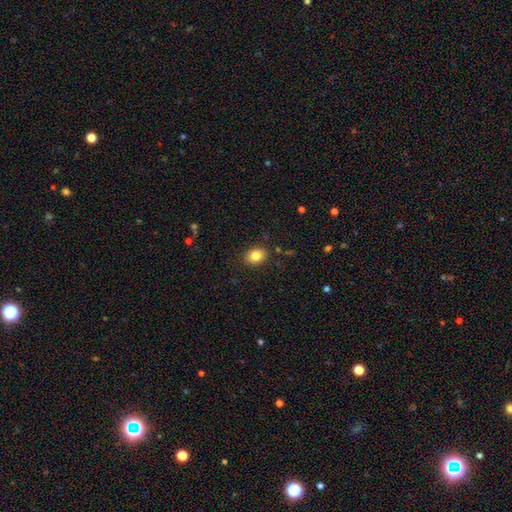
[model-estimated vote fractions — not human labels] smooth 83%, star or artifact 10%, featured or disk 7%. Down the decision tree: how rounded — in between (60%); merging — none (88%).